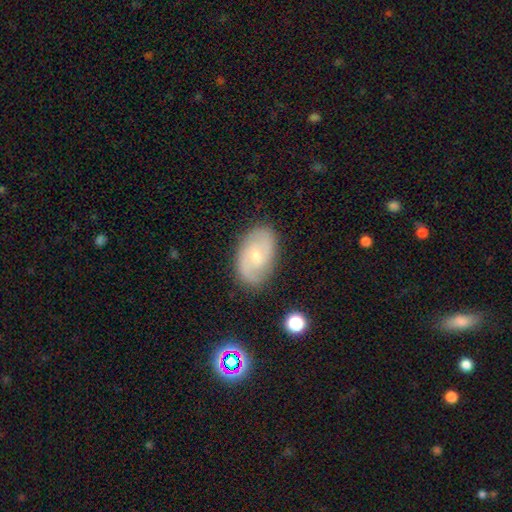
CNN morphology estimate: Smooth or featured? Predicted: featured or disk (p=0.65). Edge-on disk? Predicted: no (p=0.95). Bar? Predicted: no (p=0.53). Spiral arms? Predicted: yes (p=0.88). Spiral winding? Predicted: medium (p=0.45). Spiral arm count? Predicted: 2 (p=0.75). Bulge size? Predicted: small (p=0.57). Merging? Predicted: none (p=0.80).